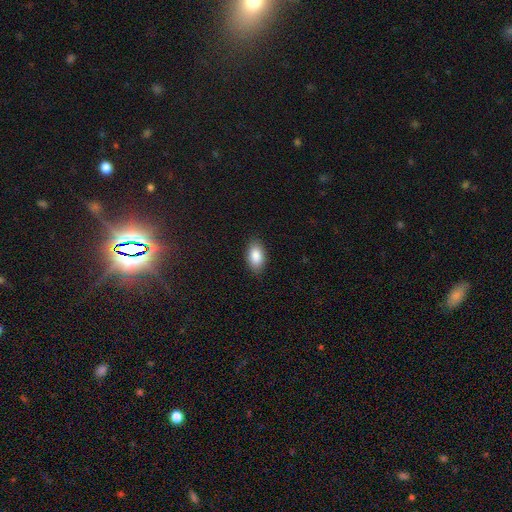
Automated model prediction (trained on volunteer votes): Q: Smooth or featured?
A: smooth (88%); runner-up: star or artifact (7%)
Q: How rounded?
A: in between (93%); runner-up: round (5%)
Q: Merging?
A: none (87%); runner-up: minor disturbance (10%)